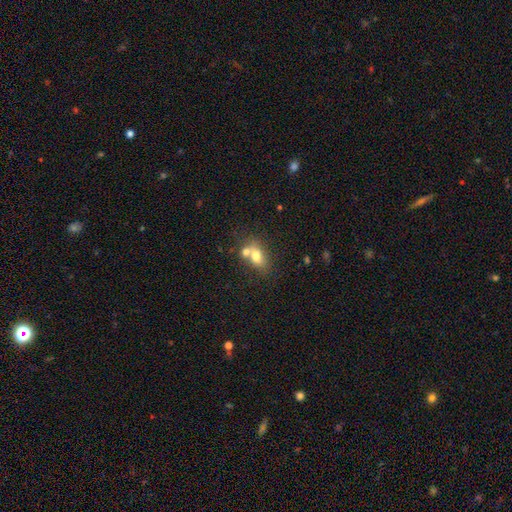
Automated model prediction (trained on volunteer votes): Smooth or featured? Predicted: smooth (p=0.71). How rounded? Predicted: in between (p=0.78). Merging? Predicted: merger (p=0.45).